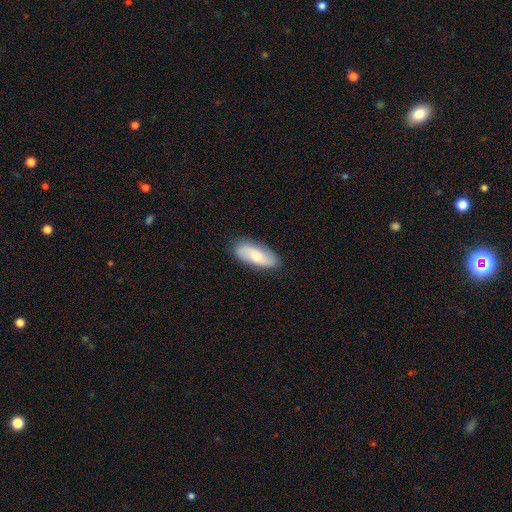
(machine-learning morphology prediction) Q: Smooth or featured?
A: smooth (63%); runner-up: featured or disk (31%)
Q: How rounded?
A: in between (78%); runner-up: cigar-shaped (19%)
Q: Merging?
A: none (83%); runner-up: minor disturbance (13%)